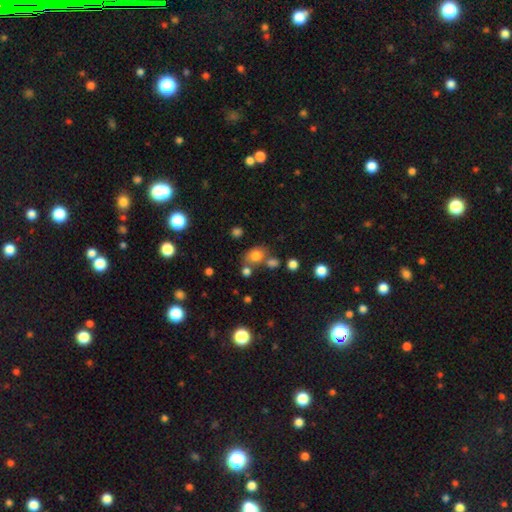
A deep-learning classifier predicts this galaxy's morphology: A smooth galaxy with no disk features (76%) that is round (57%).

Vote fractions:
- Smooth or featured? smooth: 76% / star or artifact: 15% / featured or disk: 10%
- How rounded? round: 57% / in between: 42% / cigar-shaped: 1%
- Merging? none: 61% / merger: 19% / minor disturbance: 14% / major disturbance: 6%